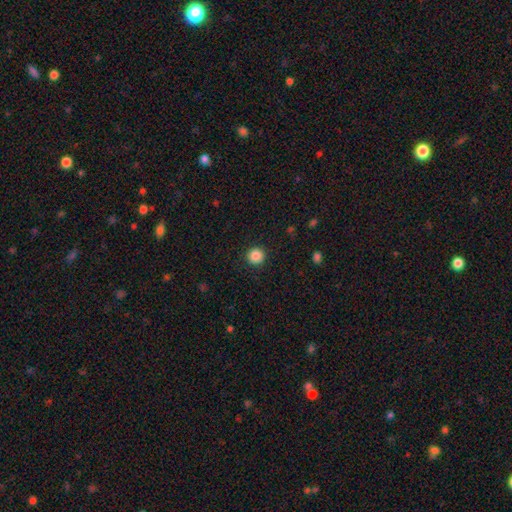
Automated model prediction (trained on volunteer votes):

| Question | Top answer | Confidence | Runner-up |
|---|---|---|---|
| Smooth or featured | smooth | 86% | star or artifact (10%) |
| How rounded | round | 95% | in between (4%) |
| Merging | none | 92% | minor disturbance (5%) |